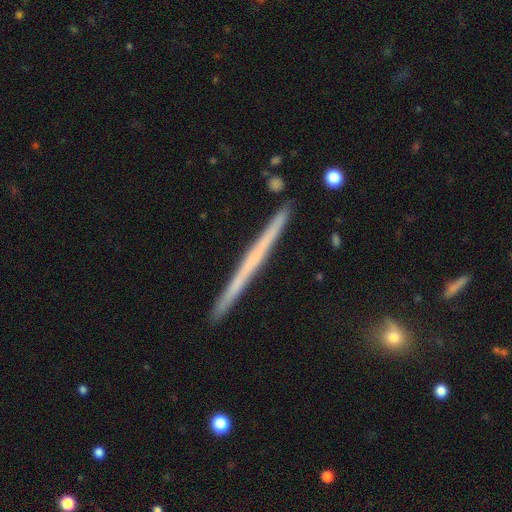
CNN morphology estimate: A featured or disk galaxy (59%) viewed edge-on (98%) with no central bulge (89%).

Vote fractions:
- Smooth or featured? featured or disk: 59% / smooth: 35% / star or artifact: 6%
- Edge-on disk? yes: 98% / no: 2%
- Edge-on bulge? none: 89% / rounded: 8% / boxy: 3%
- Merging? none: 91% / minor disturbance: 6% / merger: 1% / major disturbance: 1%